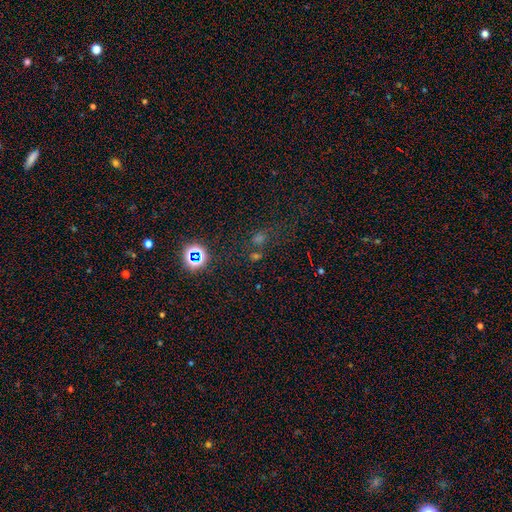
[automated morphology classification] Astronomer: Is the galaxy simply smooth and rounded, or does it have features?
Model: star or artifact — 53% (runner-up: smooth, 36%).